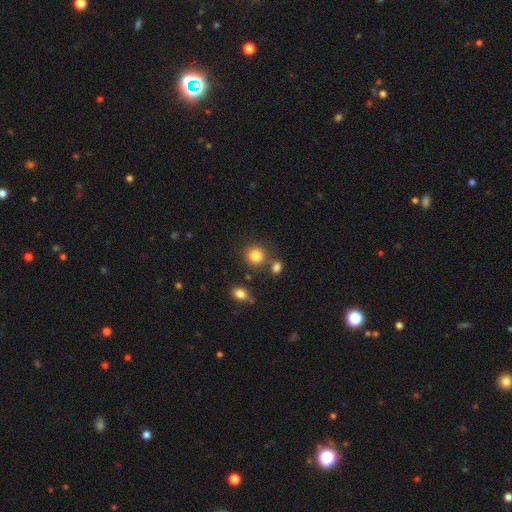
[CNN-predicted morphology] Smooth or featured: smooth — 83% (star or artifact — 11%)
How rounded: round — 87% (in between — 12%)
Merging: none — 73% (merger — 13%)